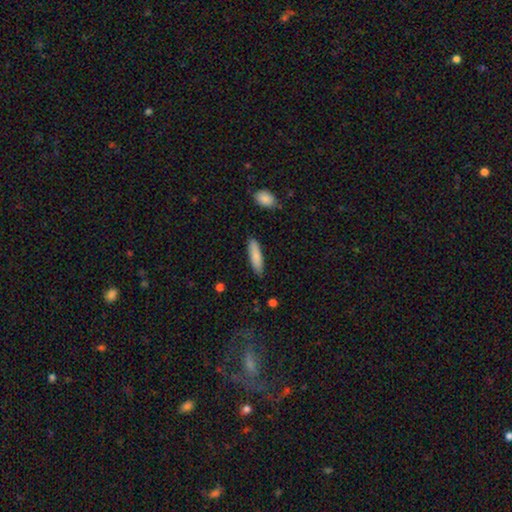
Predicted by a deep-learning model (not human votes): Overall: smooth (82%). How rounded: cigar-shaped (65%; in between 34%). Merging: none (86%).